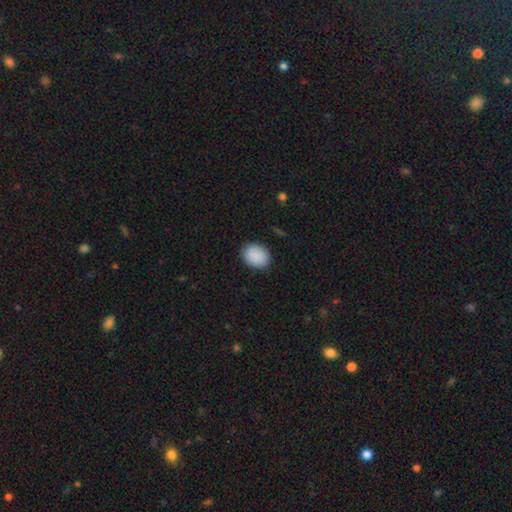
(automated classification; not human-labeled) Smooth or featured?
  - smooth: 91% *
  - star or artifact: 7%
  - featured or disk: 3%
How rounded?
  - in between: 62% *
  - round: 37%
  - cigar-shaped: 1%
Merging?
  - none: 88% *
  - minor disturbance: 9%
  - major disturbance: 2%
  - merger: 1%